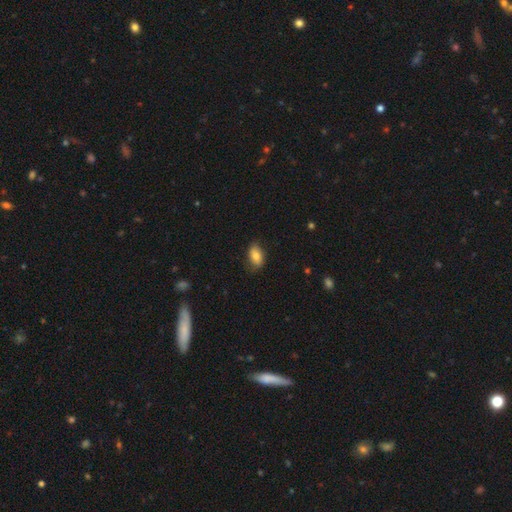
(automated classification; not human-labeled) Morphology: type=smooth (78%); roundness=in between (90%); merging=none (72%).